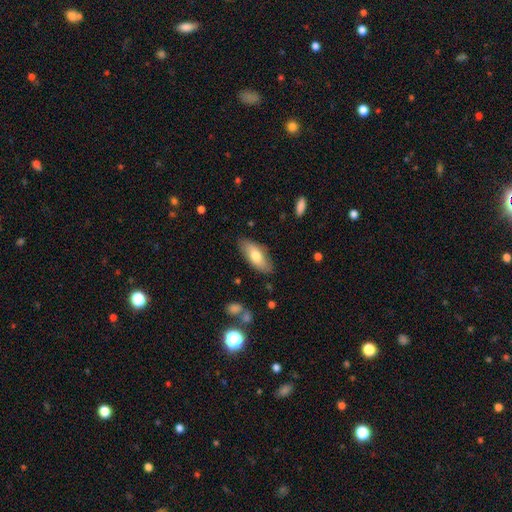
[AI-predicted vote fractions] Smooth or featured?
  - smooth: 70% *
  - featured or disk: 24%
  - star or artifact: 6%
How rounded?
  - in between: 81% *
  - cigar-shaped: 16%
  - round: 2%
Merging?
  - none: 82% *
  - minor disturbance: 13%
  - major disturbance: 3%
  - merger: 2%